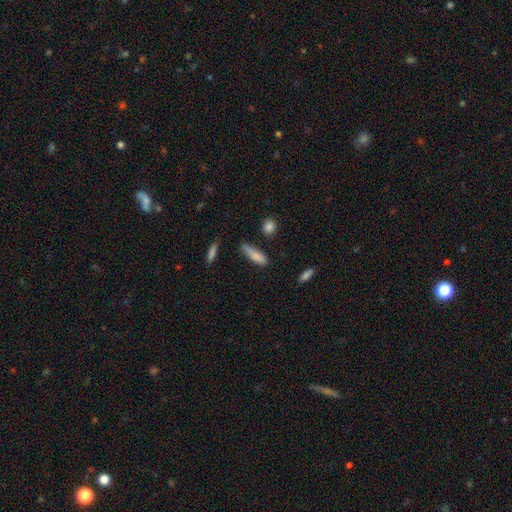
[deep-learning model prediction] smooth-or-featured: smooth: 81% | featured or disk: 12% | star or artifact: 8%
  how-rounded: cigar-shaped: 63% | in between: 34% | round: 2%
  merging: none: 57% | minor disturbance: 30% | major disturbance: 8% | merger: 5%